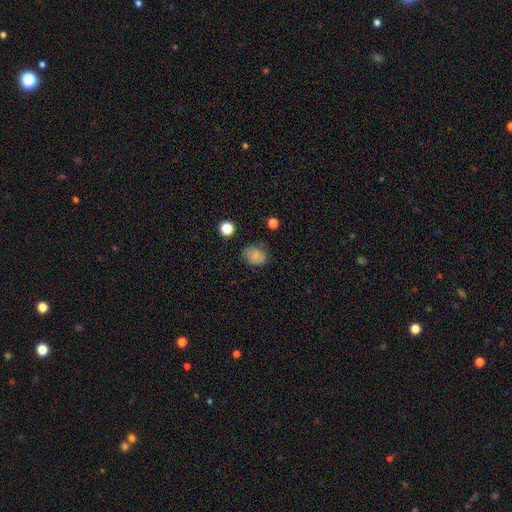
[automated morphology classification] Overall: smooth (81%). How rounded: round (53%; in between 46%). Merging: none (68%).